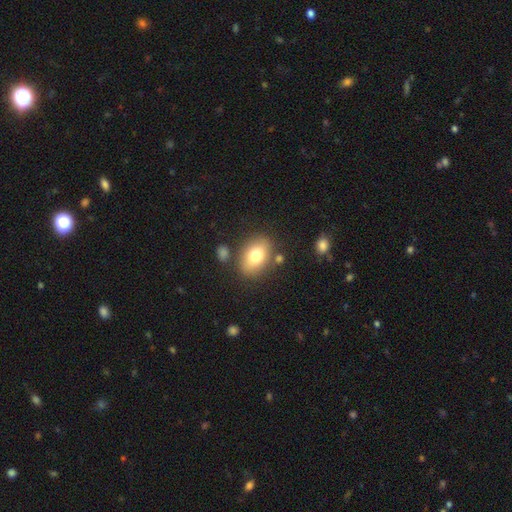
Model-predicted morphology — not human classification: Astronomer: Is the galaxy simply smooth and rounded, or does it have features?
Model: smooth — 76%.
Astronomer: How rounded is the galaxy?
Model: in between — 80%.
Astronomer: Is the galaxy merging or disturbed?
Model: none — 78%.